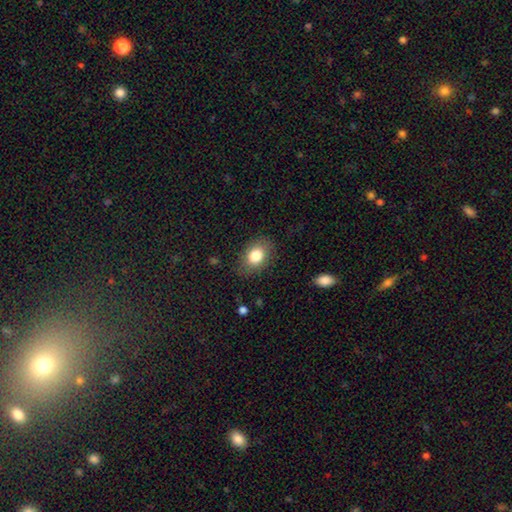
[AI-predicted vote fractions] Smooth or featured?
  - smooth: 82% *
  - featured or disk: 9%
  - star or artifact: 9%
How rounded?
  - in between: 69% *
  - round: 30%
  - cigar-shaped: 1%
Merging?
  - none: 81% *
  - minor disturbance: 13%
  - major disturbance: 4%
  - merger: 1%